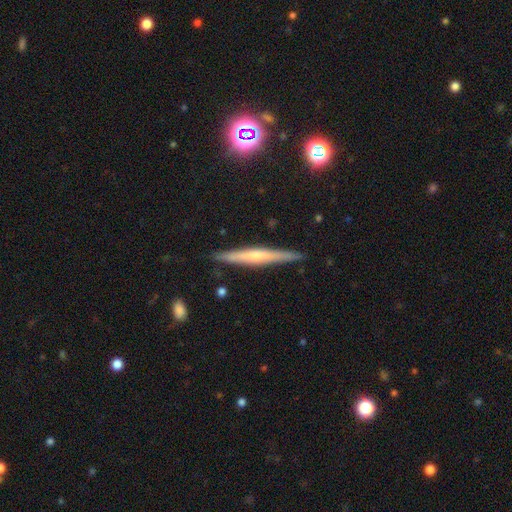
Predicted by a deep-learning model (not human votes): Overall: featured or disk (59%; smooth 34%). Edge-on disk: yes (97%). Edge-on bulge: rounded (51%; none 35%). Merging: none (90%).